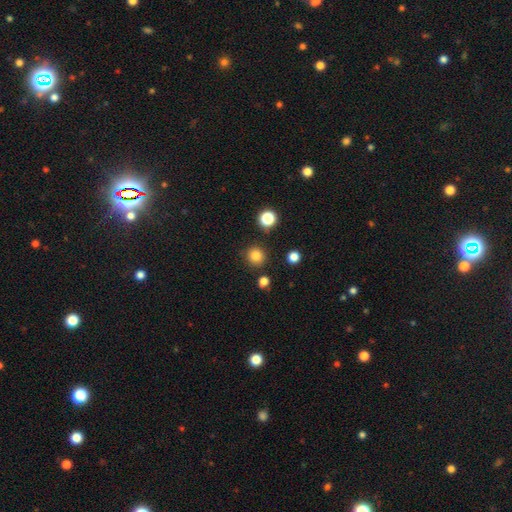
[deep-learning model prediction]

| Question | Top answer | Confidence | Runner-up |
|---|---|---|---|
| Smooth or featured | smooth | 83% | star or artifact (13%) |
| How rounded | round | 93% | in between (6%) |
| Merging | none | 88% | minor disturbance (6%) |